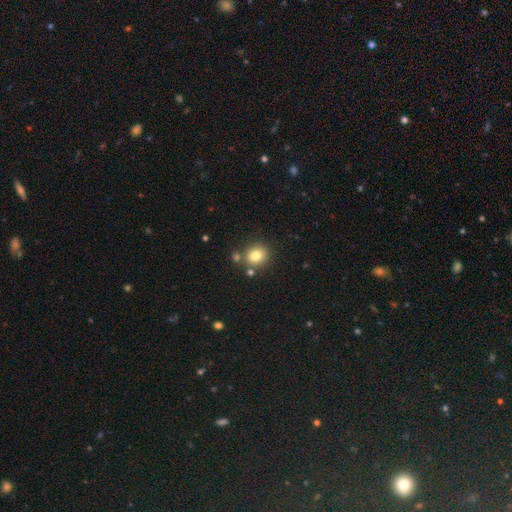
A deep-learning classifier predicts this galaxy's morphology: Overall: smooth (81%). How rounded: round (77%). Merging: none (76%).